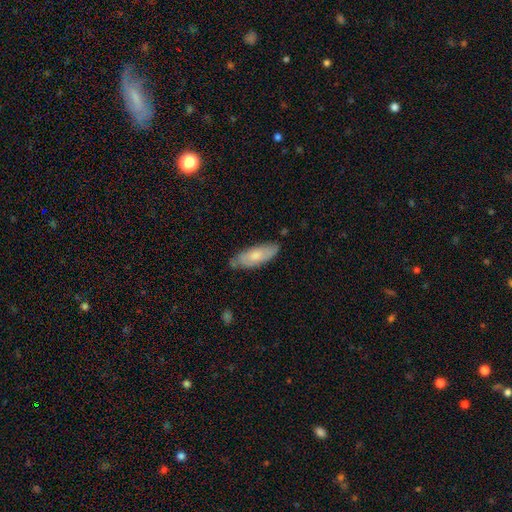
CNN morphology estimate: smooth 66%, featured or disk 28%, star or artifact 5%. Down the decision tree: how rounded — in between (71%); merging — none (69%).